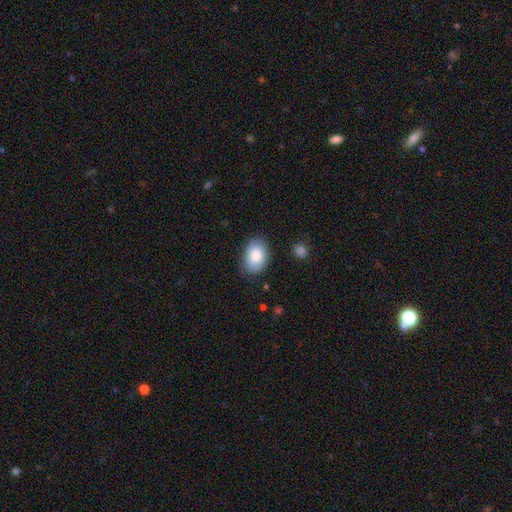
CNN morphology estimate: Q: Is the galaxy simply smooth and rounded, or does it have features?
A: smooth — 84%.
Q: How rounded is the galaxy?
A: in between — 86%.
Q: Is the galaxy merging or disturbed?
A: none — 82%.